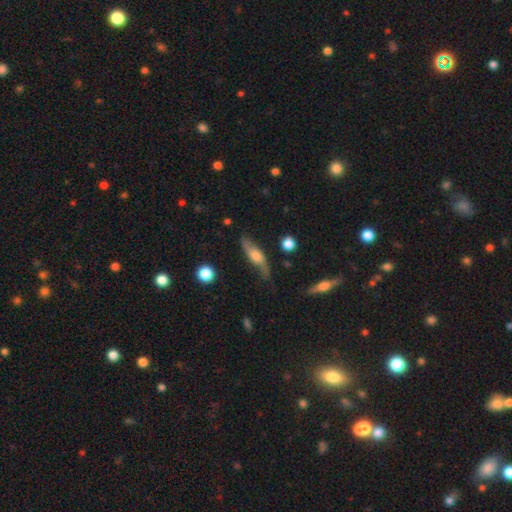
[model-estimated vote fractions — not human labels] The model was most divided on "edge-on disk": no: 51%, yes: 49%. More confident: merging — none (65%); smooth or featured — featured or disk (61%).